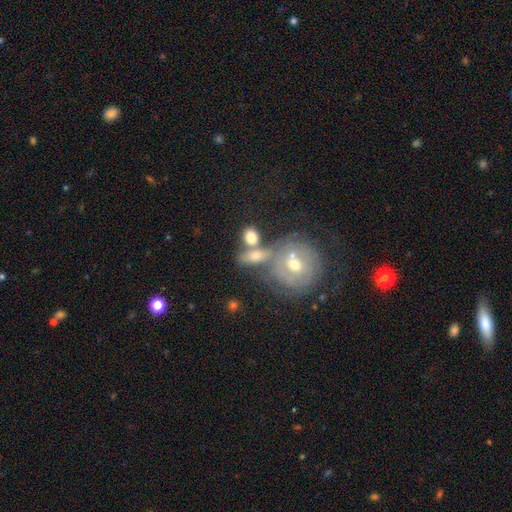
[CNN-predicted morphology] The model was most divided on "merging": merger: 42%, none: 36%, minor disturbance: 14%, major disturbance: 8%. More confident: how rounded — in between (63%); smooth or featured — smooth (58%).